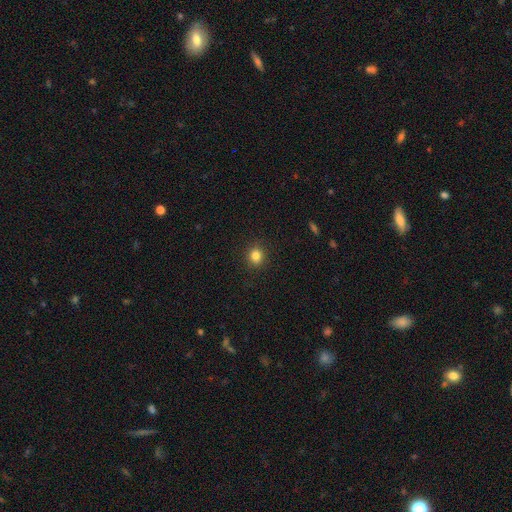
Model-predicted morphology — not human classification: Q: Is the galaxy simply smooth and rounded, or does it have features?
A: smooth — 83%.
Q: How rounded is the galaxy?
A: round — 82%.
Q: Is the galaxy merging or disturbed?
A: none — 90%.